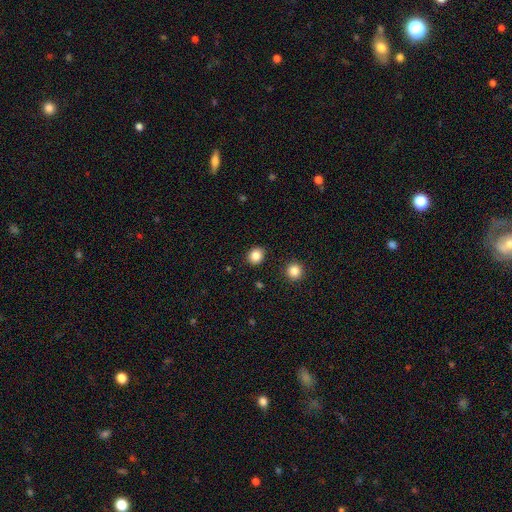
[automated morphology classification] Smooth or featured?
  - smooth: 85% *
  - star or artifact: 11%
  - featured or disk: 5%
How rounded?
  - round: 79% *
  - in between: 20%
  - cigar-shaped: 1%
Merging?
  - none: 89% *
  - minor disturbance: 6%
  - major disturbance: 2%
  - merger: 2%